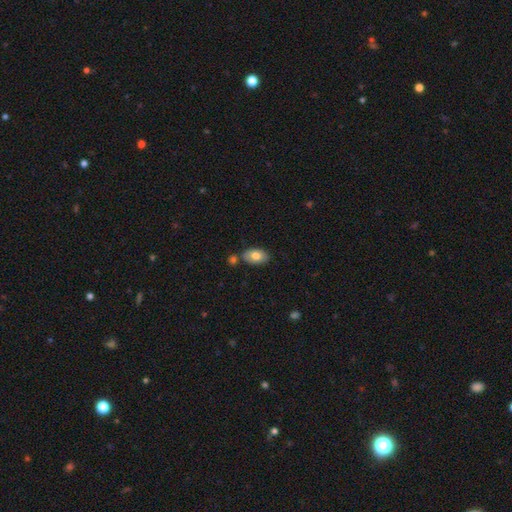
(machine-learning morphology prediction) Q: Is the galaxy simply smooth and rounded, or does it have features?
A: smooth — 76%.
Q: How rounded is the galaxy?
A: in between — 91%.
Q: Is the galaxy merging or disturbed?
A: none — 73%.